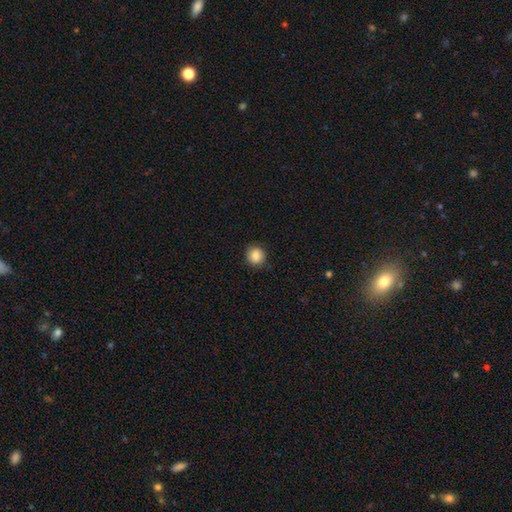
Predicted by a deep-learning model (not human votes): The model was most divided on "smooth or featured": smooth: 87%, star or artifact: 9%, featured or disk: 4%. More confident: how rounded — round (89%); merging — none (88%).